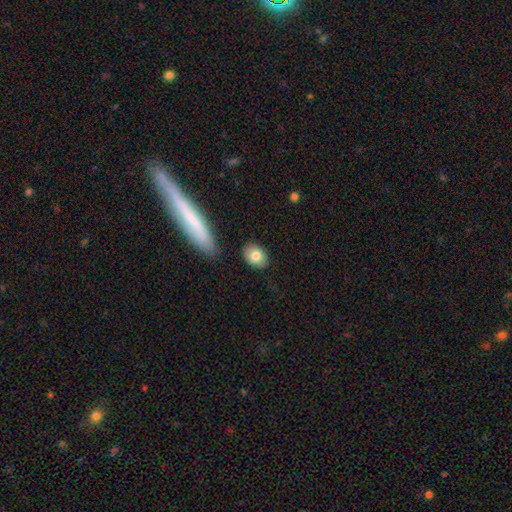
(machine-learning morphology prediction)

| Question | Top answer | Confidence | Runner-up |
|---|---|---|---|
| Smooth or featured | smooth | 80% | featured or disk (13%) |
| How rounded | in between | 69% | round (29%) |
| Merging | none | 84% | minor disturbance (11%) |